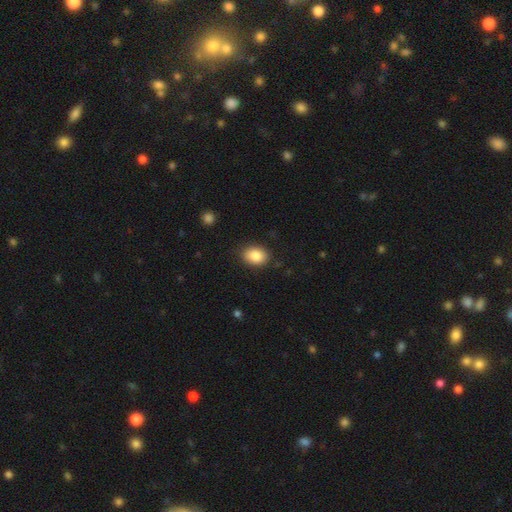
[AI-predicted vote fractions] This is clearly a smooth galaxy (86%). How rounded: likely in between (66%). Merging: clearly none (85%).